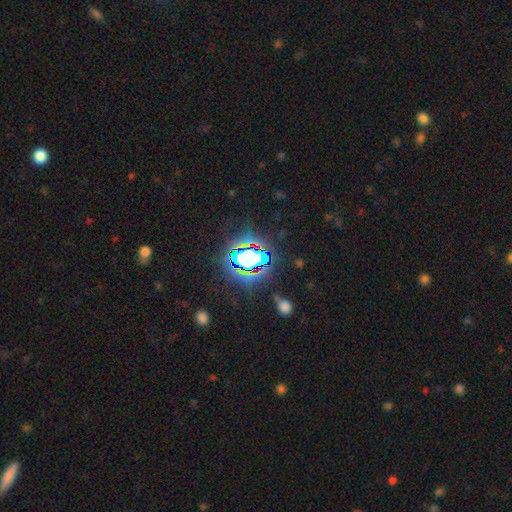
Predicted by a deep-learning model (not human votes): This appears to be a star or artifact, not a galaxy (73%).